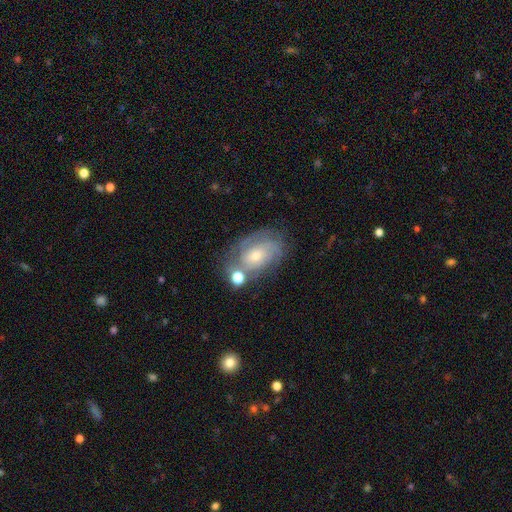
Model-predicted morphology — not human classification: This is likely a featured or disk galaxy (68%). It is clearly not viewed edge-on (95%). Bar: likely no (73%). Spiral arm pattern: clearly yes (85%). Spiral arm count: possibly can't tell (46%). Spiral winding: possibly tight (59%). Central bulge: likely small (62%). Merging: possibly none (57%).